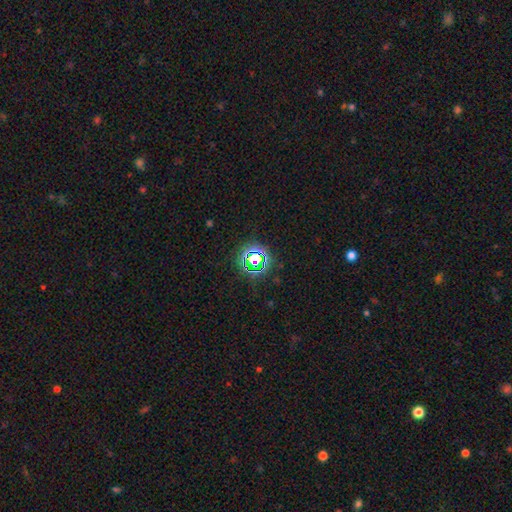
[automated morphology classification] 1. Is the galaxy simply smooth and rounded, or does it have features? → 72% star or artifact, 18% smooth, 10% featured or disk.